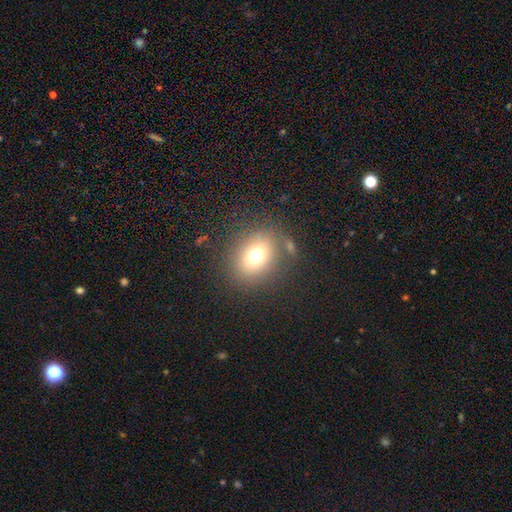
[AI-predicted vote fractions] Q: Smooth or featured?
A: smooth (71%); runner-up: star or artifact (16%)
Q: How rounded?
A: round (62%); runner-up: in between (37%)
Q: Merging?
A: none (77%); runner-up: minor disturbance (11%)